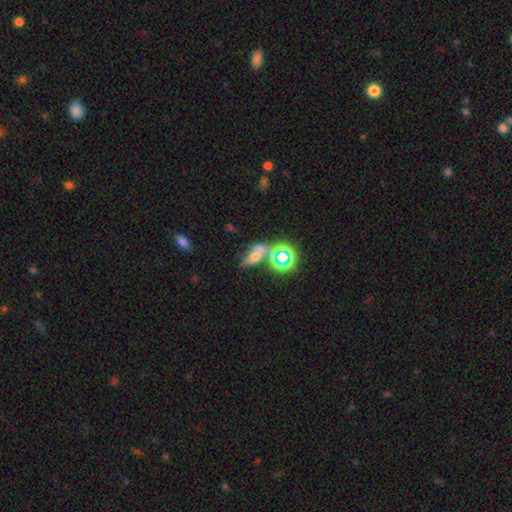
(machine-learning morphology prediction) The model was most divided on "merging": none: 44%, merger: 33%, minor disturbance: 15%, major disturbance: 9%. Remaining: smooth or featured — smooth (48%).